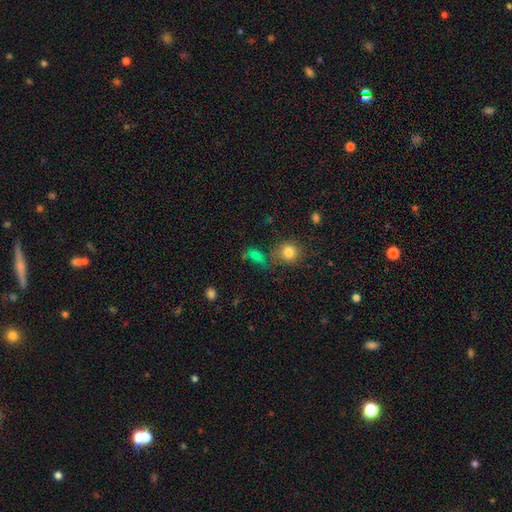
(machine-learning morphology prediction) smooth_or_featured: smooth (p=0.73) [alt: star or artifact p=0.18]
how_rounded: in between (p=0.68) [alt: round p=0.23]
merging: none (p=0.54) [alt: merger p=0.19]